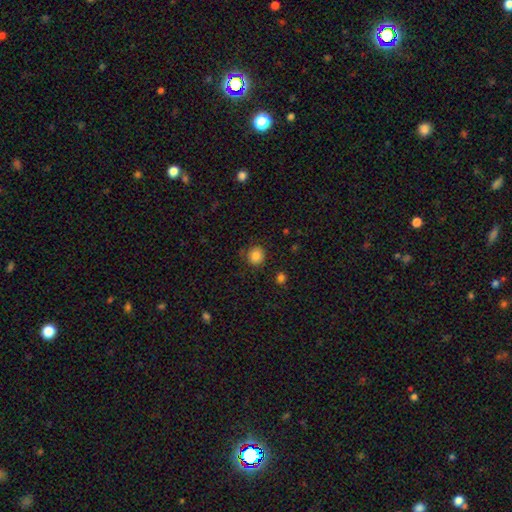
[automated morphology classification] Smooth or featured?
  - smooth: 84% *
  - star or artifact: 11%
  - featured or disk: 6%
How rounded?
  - round: 87% *
  - in between: 12%
  - cigar-shaped: 1%
Merging?
  - none: 84% *
  - minor disturbance: 11%
  - major disturbance: 3%
  - merger: 2%